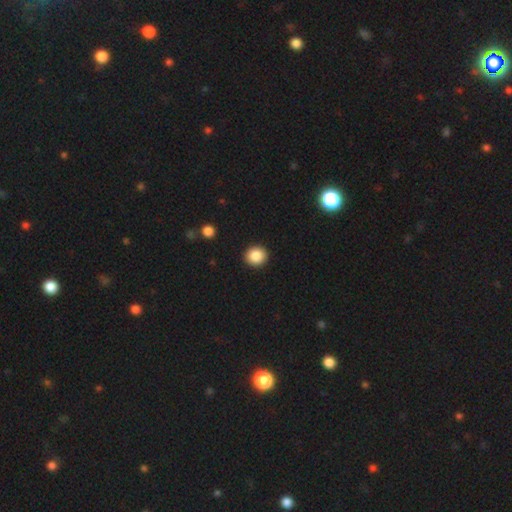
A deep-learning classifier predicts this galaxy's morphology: This appears to be a smooth galaxy with no disk features (87%) that is round (83%). Merging: none (92%).